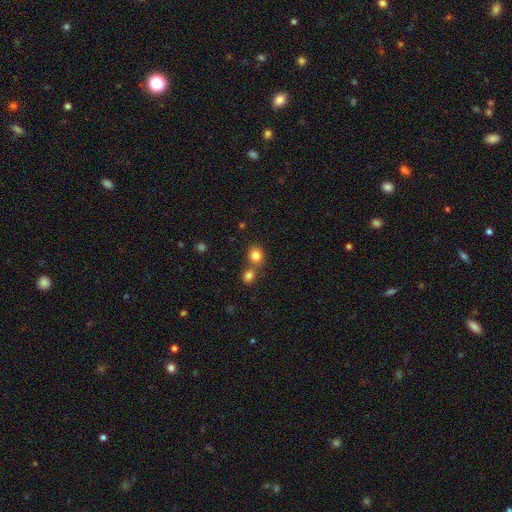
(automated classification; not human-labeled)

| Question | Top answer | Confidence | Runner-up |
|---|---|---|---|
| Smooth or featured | smooth | 82% | star or artifact (12%) |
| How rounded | round | 76% | in between (23%) |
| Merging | none | 57% | merger (33%) |